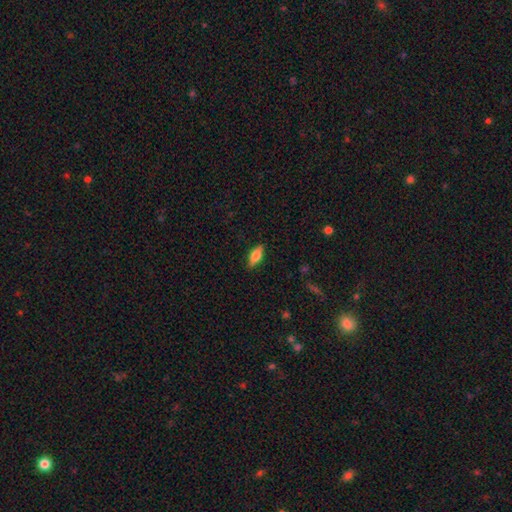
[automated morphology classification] Q: Smooth or featured?
A: smooth (73%); runner-up: featured or disk (20%)
Q: How rounded?
A: in between (78%); runner-up: cigar-shaped (19%)
Q: Merging?
A: none (86%); runner-up: minor disturbance (11%)